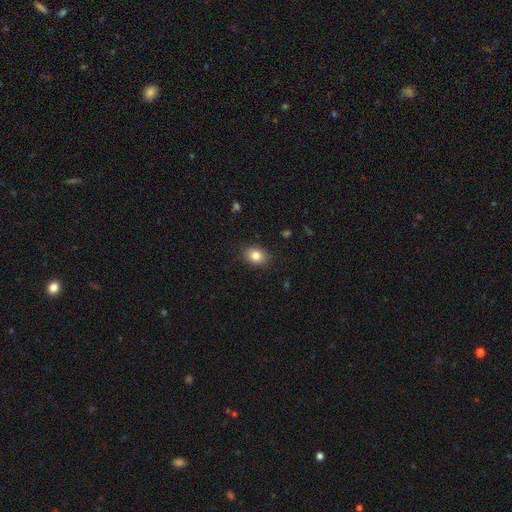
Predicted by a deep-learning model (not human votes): The model was most divided on "how rounded": in between: 63%, round: 36%, cigar-shaped: 1%. More confident: merging — none (87%); smooth or featured — smooth (83%).